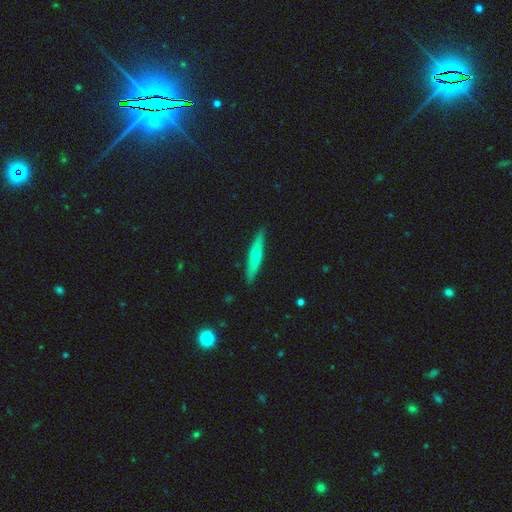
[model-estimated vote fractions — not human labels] Q: Smooth or featured?
A: smooth (50%); runner-up: featured or disk (44%)
Q: How rounded?
A: cigar-shaped (88%); runner-up: in between (10%)
Q: Merging?
A: none (88%); runner-up: minor disturbance (9%)